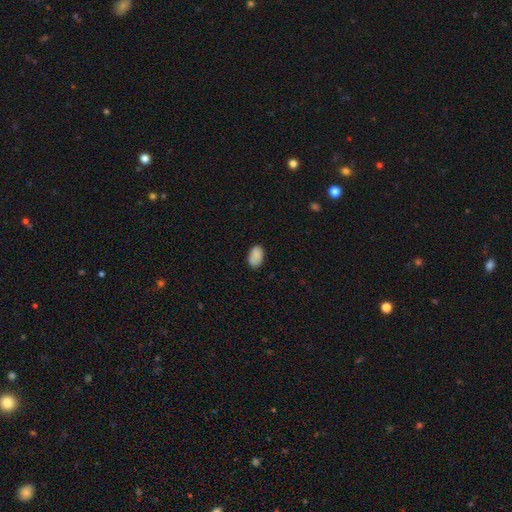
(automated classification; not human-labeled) A smooth galaxy with no disk features (87%) that is in between round and cigar-shaped (90%).

Vote fractions:
- Smooth or featured? smooth: 87% / star or artifact: 8% / featured or disk: 4%
- How rounded? in between: 90% / round: 9% / cigar-shaped: 1%
- Merging? none: 79% / minor disturbance: 16% / major disturbance: 3% / merger: 2%